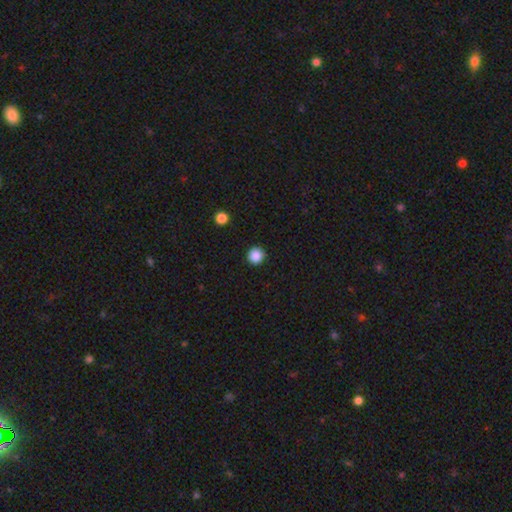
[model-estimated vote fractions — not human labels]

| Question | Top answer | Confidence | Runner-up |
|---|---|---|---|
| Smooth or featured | smooth | 87% | star or artifact (10%) |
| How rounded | round | 95% | in between (4%) |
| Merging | none | 92% | minor disturbance (5%) |